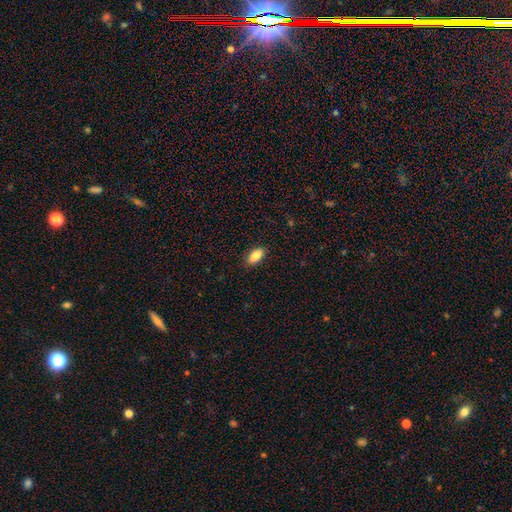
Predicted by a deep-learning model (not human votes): Smooth or featured? smooth (87%)
How rounded? in between (89%)
Merging? none (88%)